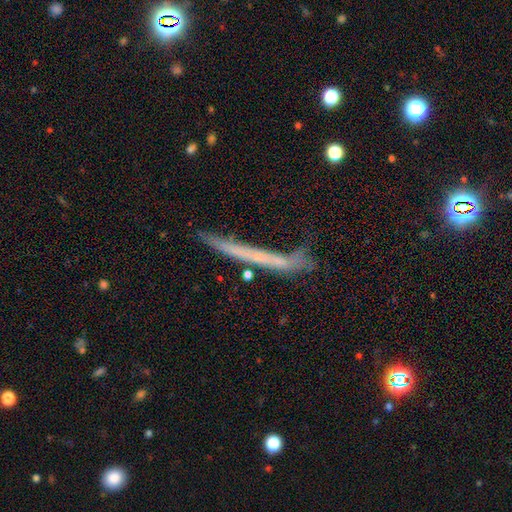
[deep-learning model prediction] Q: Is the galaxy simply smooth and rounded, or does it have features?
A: smooth — 44%, tied with featured or disk.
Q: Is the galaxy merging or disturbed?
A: none — 57%.